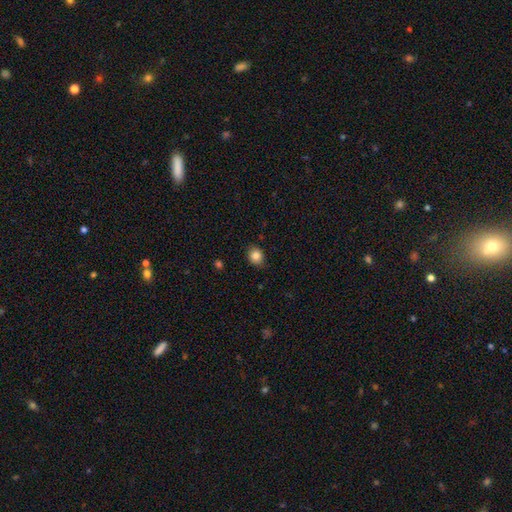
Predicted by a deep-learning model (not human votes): Q: Smooth or featured?
A: smooth (84%); runner-up: star or artifact (10%)
Q: How rounded?
A: round (65%); runner-up: in between (34%)
Q: Merging?
A: none (81%); runner-up: minor disturbance (15%)